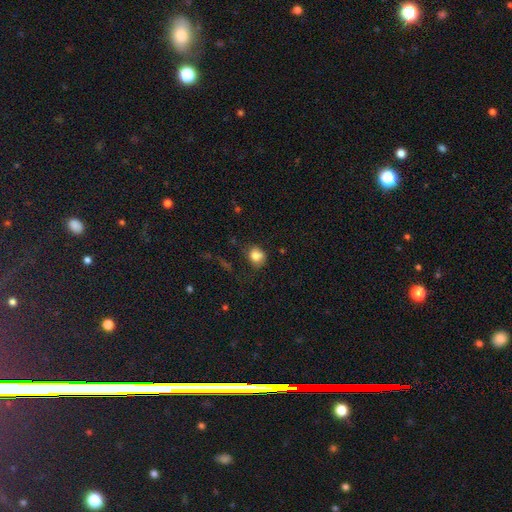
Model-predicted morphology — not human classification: Smooth or featured? Predicted: smooth (p=0.79). How rounded? Predicted: round (p=0.60). Merging? Predicted: none (p=0.49).